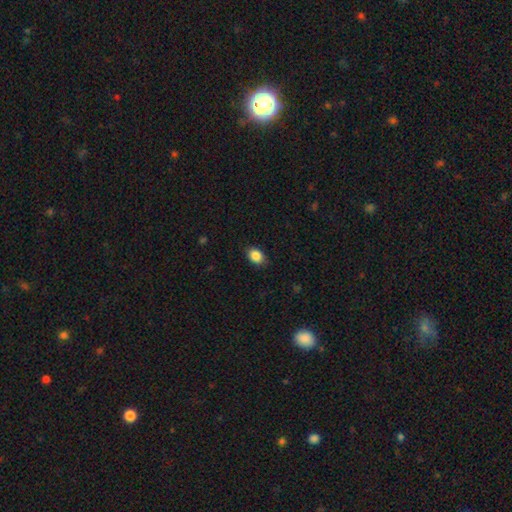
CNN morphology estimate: type=smooth (87%); roundness=in between (72%); merging=none (84%).